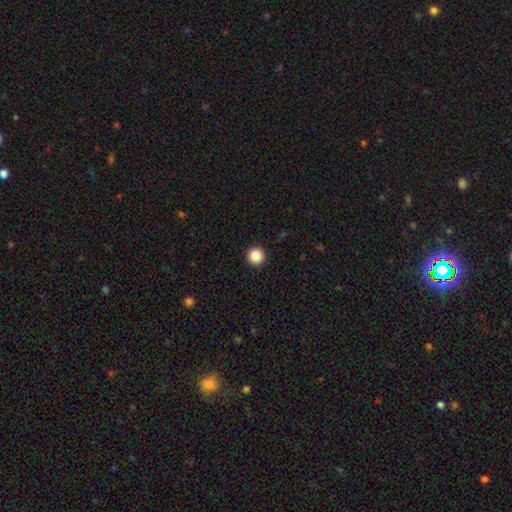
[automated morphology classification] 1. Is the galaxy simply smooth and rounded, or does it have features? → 87% smooth, 10% star or artifact, 3% featured or disk.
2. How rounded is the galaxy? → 96% round, 3% in between, 1% cigar-shaped.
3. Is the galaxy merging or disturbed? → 94% none, 4% minor disturbance, 2% major disturbance, 1% merger.